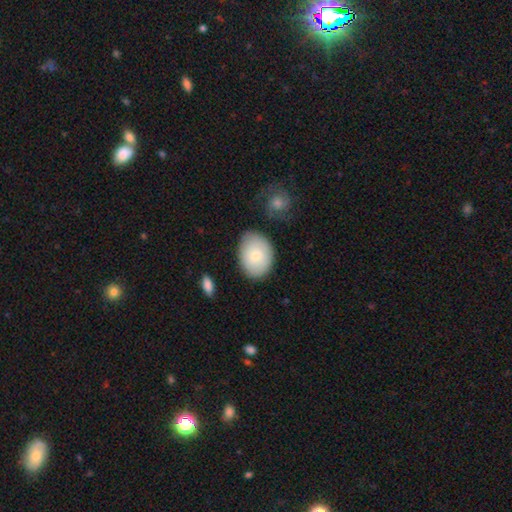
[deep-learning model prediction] Smooth or featured: smooth — 74% (featured or disk — 20%)
How rounded: in between — 69% (round — 30%)
Merging: none — 77% (minor disturbance — 16%)